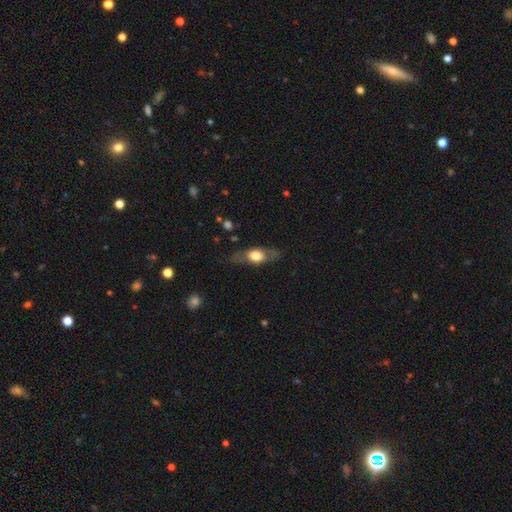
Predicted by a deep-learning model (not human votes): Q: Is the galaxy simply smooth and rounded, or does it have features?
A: smooth — 52%.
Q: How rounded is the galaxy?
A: in between — 66%.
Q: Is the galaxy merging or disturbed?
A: none — 72%.